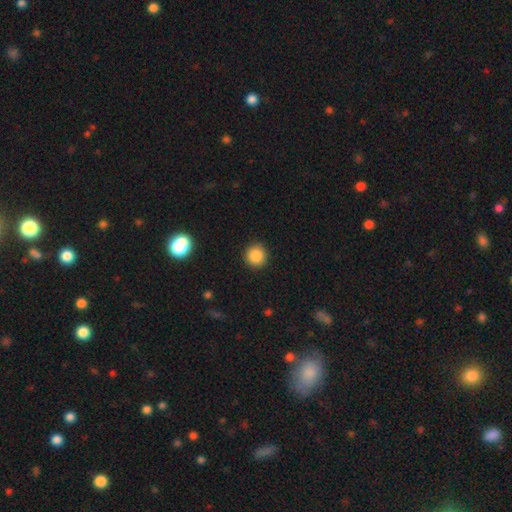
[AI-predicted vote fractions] This appears to be a smooth galaxy with no disk features (86%) that is round (94%). Merging: none (91%).